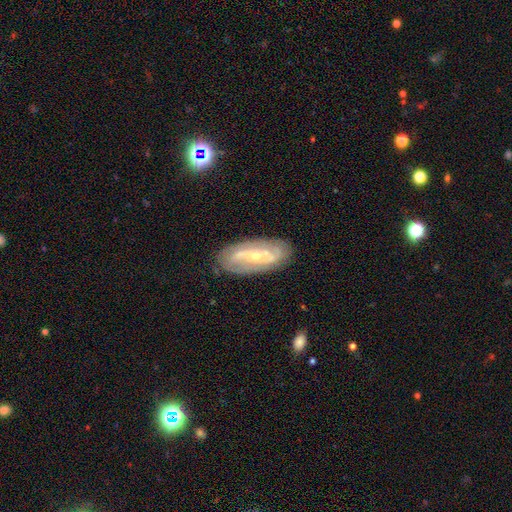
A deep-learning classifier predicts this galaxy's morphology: A featured or disk galaxy (80%) with a weak bar (34%), 2 (63%) tight (39%) spiral arms (81%) and a small central bulge (62%).

Vote fractions:
- Smooth or featured? featured or disk: 80% / smooth: 14% / star or artifact: 6%
- Edge-on disk? no: 89% / yes: 11%
- Bar? weak: 34% / strong: 33% / no: 33%
- Spiral arms? yes: 81% / no: 19%
- Spiral winding? tight: 39% / medium: 36% / loose: 25%
- Spiral arm count? 2: 63% / can't tell: 24% / 3: 6% / 1: 3% / 4: 3% / more than 4: 2%
- Bulge size? small: 62% / moderate: 35% / large: 1% / none: 1% / dominant: 1%
- Merging? none: 81% / minor disturbance: 13% / major disturbance: 4% / merger: 1%